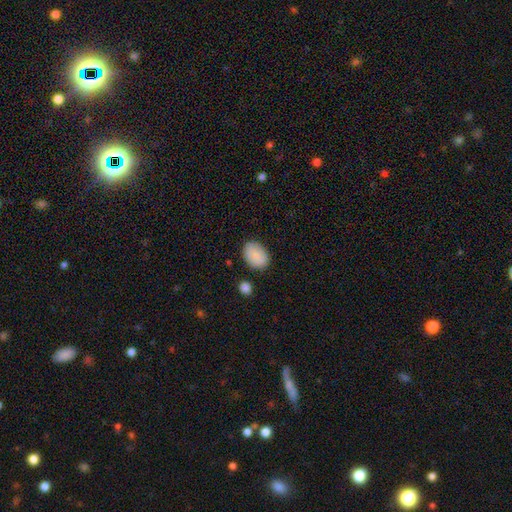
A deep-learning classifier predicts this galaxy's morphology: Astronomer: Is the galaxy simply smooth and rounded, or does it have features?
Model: smooth — 88%.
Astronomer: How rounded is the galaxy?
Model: in between — 82%.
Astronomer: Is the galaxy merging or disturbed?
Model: none — 82%.